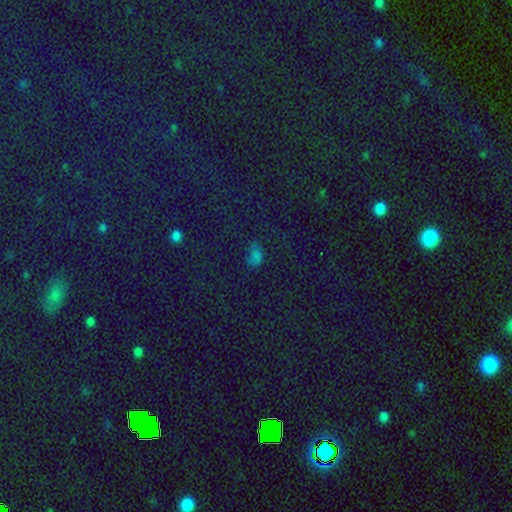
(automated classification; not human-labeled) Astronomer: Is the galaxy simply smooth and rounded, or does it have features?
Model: star or artifact — 73%.